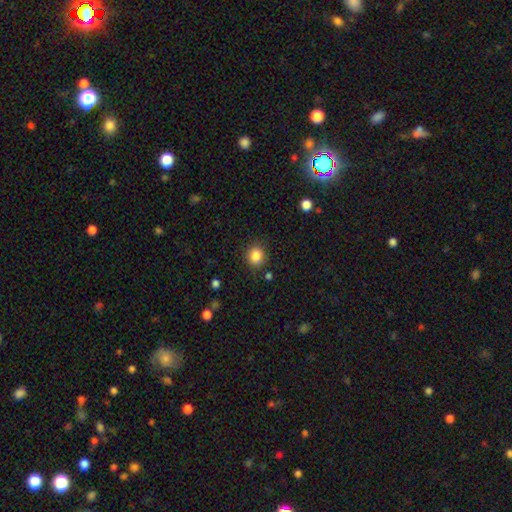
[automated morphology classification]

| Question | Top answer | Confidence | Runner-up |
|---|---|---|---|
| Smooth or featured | smooth | 85% | star or artifact (10%) |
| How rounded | round | 80% | in between (19%) |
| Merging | none | 85% | minor disturbance (10%) |